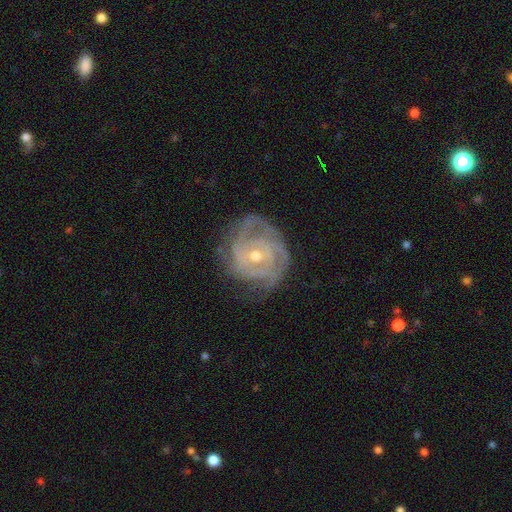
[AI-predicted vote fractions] A featured or disk galaxy (88%) with no bar (61%), 3 (31%) tight (72%) spiral arms (96%) and a moderate central bulge (51%). Merging: none (69%).